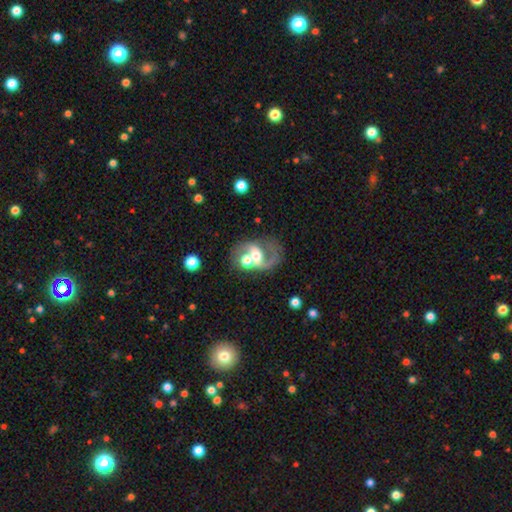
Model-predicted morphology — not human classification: This appears to be a featured or disk galaxy (75%) with a weak bar (37%), 2 (68%) medium (45%) spiral arms (83%) and a moderate central bulge (60%). Merging: none (37%).